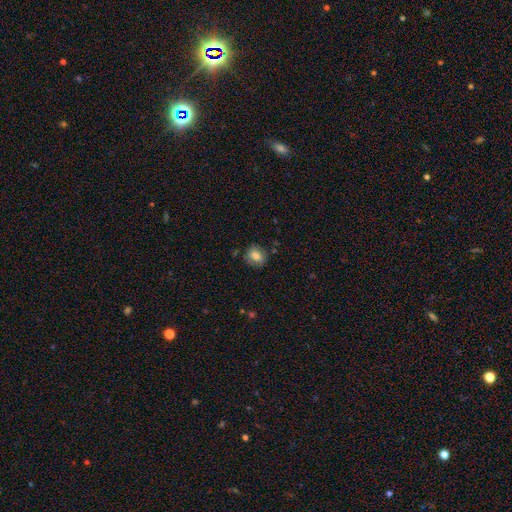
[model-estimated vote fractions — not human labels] smooth 74%, featured or disk 17%, star or artifact 10%. Down the decision tree: how rounded — round (63%); merging — none (76%).